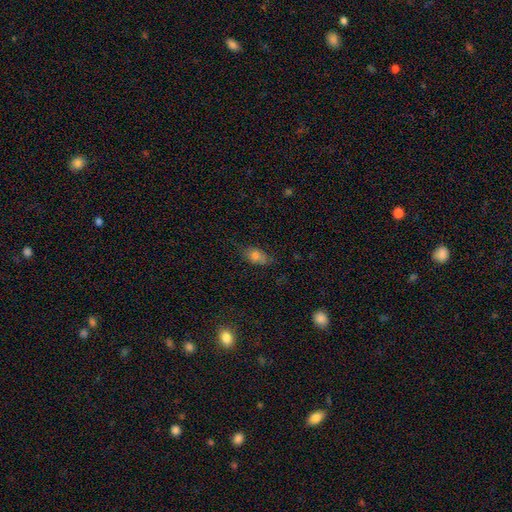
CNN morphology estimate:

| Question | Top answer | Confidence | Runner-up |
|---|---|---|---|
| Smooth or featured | smooth | 72% | featured or disk (15%) |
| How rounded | in between | 81% | round (13%) |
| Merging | none | 70% | minor disturbance (22%) |